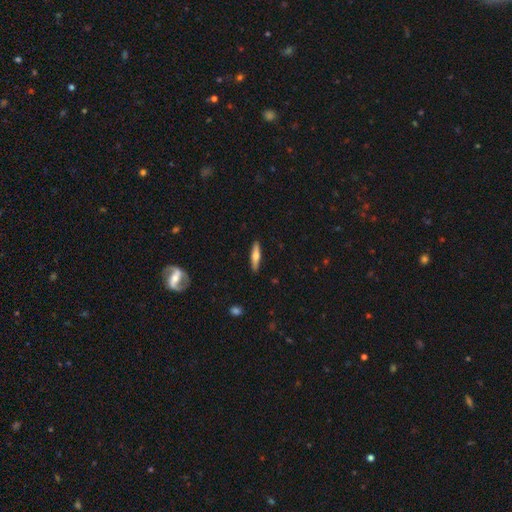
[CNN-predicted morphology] This is possibly a featured or disk galaxy (48%). Merging: clearly none (90%).